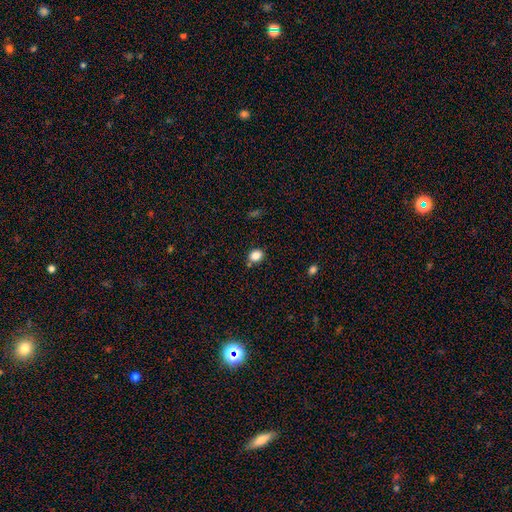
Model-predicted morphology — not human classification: Smooth or featured? Predicted: smooth (p=0.85). How rounded? Predicted: round (p=0.53). Merging? Predicted: none (p=0.76).